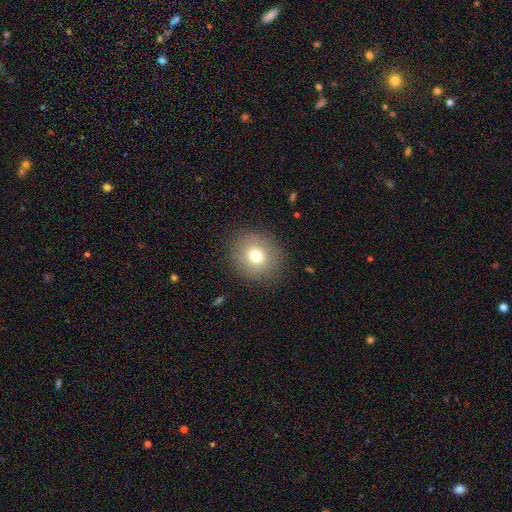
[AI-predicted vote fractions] Smooth or featured?
  - smooth: 74% *
  - featured or disk: 14%
  - star or artifact: 12%
How rounded?
  - round: 81% *
  - in between: 18%
  - cigar-shaped: 1%
Merging?
  - none: 87% *
  - minor disturbance: 9%
  - major disturbance: 4%
  - merger: 1%